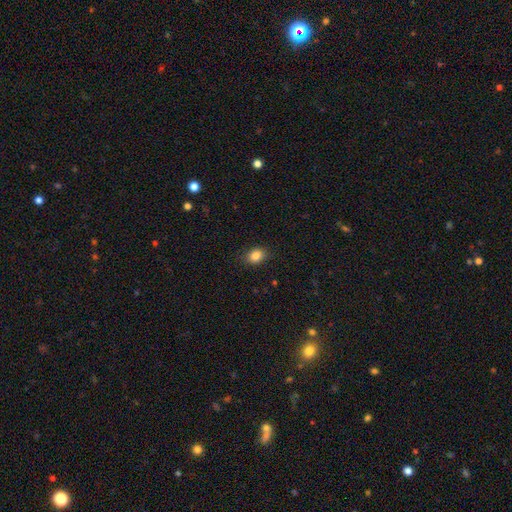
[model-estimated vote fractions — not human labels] Smooth or featured? Predicted: smooth (p=0.84). How rounded? Predicted: in between (p=0.64). Merging? Predicted: none (p=0.86).